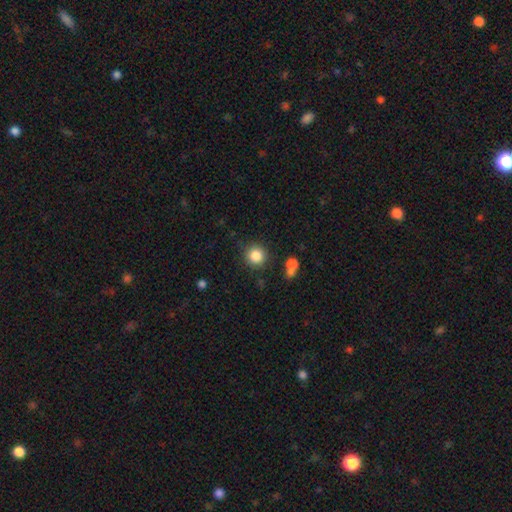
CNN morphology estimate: smooth_or_featured: smooth (p=0.85) [alt: star or artifact p=0.10]
how_rounded: round (p=0.92) [alt: in between p=0.07]
merging: none (p=0.85) [alt: minor disturbance p=0.08]